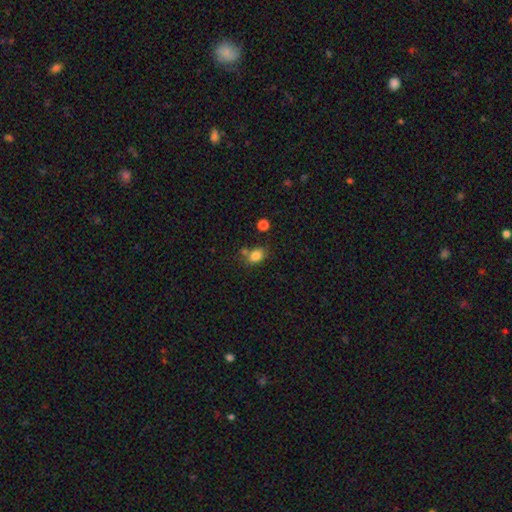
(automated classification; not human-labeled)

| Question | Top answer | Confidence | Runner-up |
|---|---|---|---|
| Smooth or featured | smooth | 83% | star or artifact (11%) |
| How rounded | in between | 66% | round (33%) |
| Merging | none | 64% | merger (16%) |